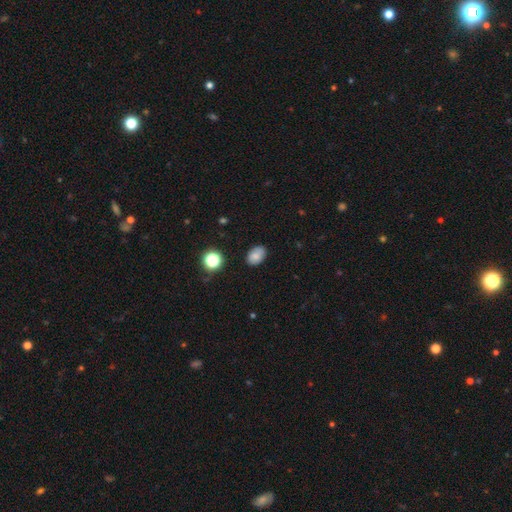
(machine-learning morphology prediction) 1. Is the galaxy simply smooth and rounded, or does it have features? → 79% smooth, 11% star or artifact, 10% featured or disk.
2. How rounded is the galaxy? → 80% in between, 19% round, 1% cigar-shaped.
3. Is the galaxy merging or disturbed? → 82% none, 14% minor disturbance, 3% major disturbance, 2% merger.